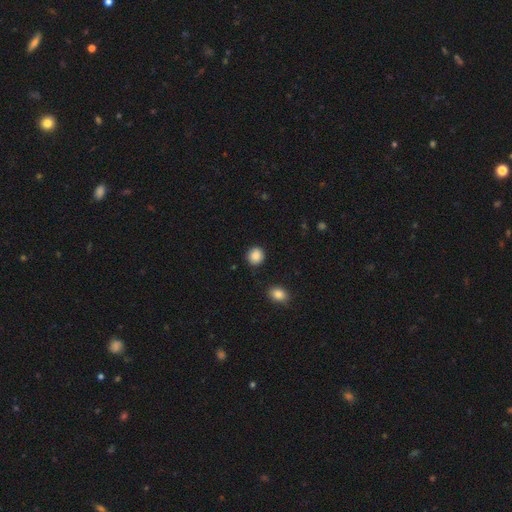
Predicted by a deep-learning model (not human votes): Smooth or featured: smooth — 88% (star or artifact — 8%)
How rounded: round — 87% (in between — 12%)
Merging: none — 88% (minor disturbance — 8%)